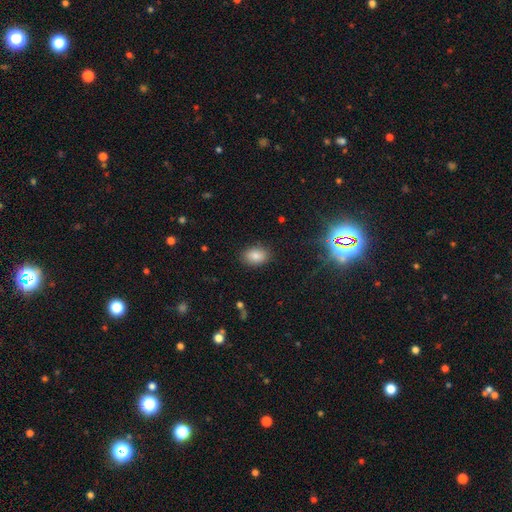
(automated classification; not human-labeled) smooth_or_featured: smooth (p=0.83) [alt: star or artifact p=0.11]
how_rounded: in between (p=0.81) [alt: round p=0.18]
merging: none (p=0.86) [alt: minor disturbance p=0.10]